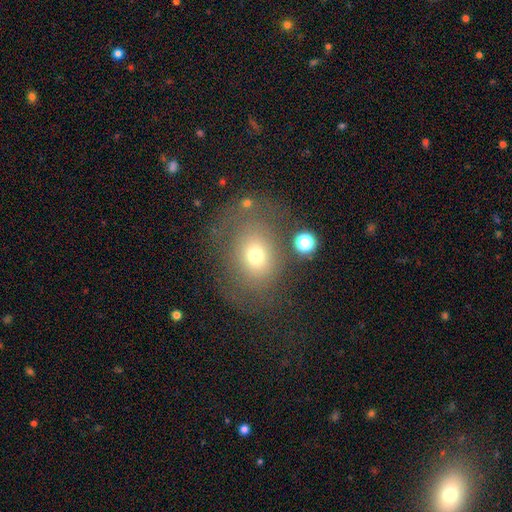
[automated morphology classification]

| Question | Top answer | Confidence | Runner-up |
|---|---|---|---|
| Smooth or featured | smooth | 62% | featured or disk (22%) |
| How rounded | in between | 60% | round (39%) |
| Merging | none | 59% | minor disturbance (20%) |